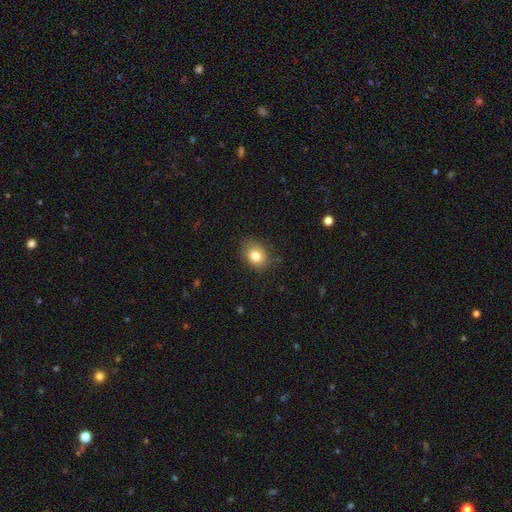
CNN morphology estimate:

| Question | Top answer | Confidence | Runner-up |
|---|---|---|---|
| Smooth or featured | smooth | 82% | star or artifact (9%) |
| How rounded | in between | 60% | round (39%) |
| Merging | none | 79% | minor disturbance (16%) |